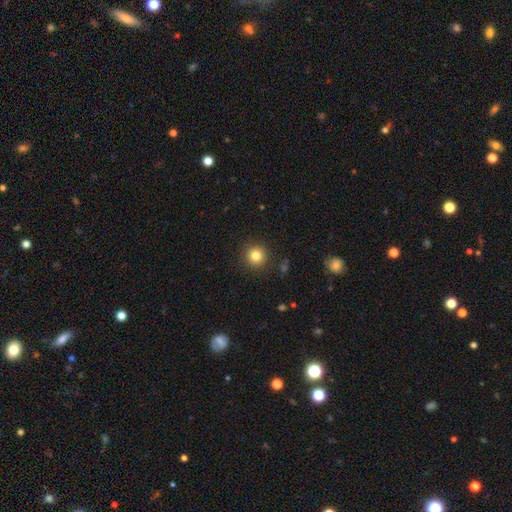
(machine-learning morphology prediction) Overall: smooth (82%). How rounded: round (95%). Merging: none (91%).